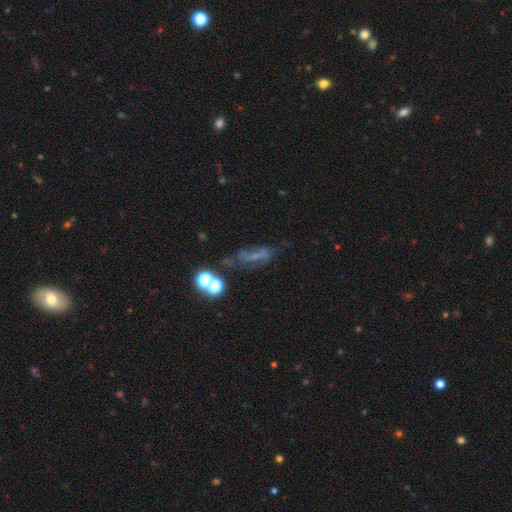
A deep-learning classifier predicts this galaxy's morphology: featured or disk 45%, smooth 29%, star or artifact 27%. Down the decision tree: merging — none (42%).